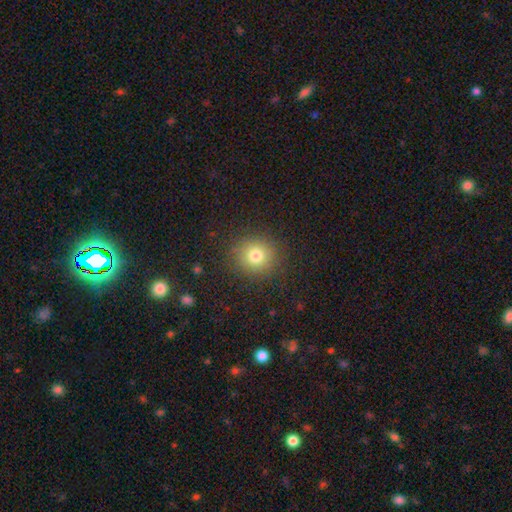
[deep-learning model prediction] The model was most divided on "smooth or featured": smooth: 76%, star or artifact: 15%, featured or disk: 9%. More confident: how rounded — round (89%); merging — none (87%).